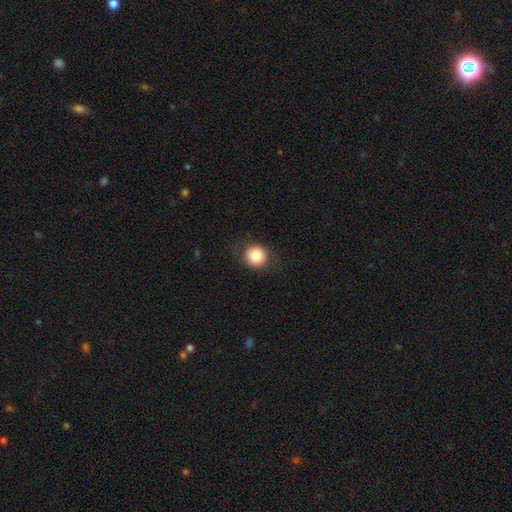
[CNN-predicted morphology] Smooth or featured: smooth — 83% (star or artifact — 9%)
How rounded: round — 93% (in between — 7%)
Merging: none — 87% (minor disturbance — 9%)